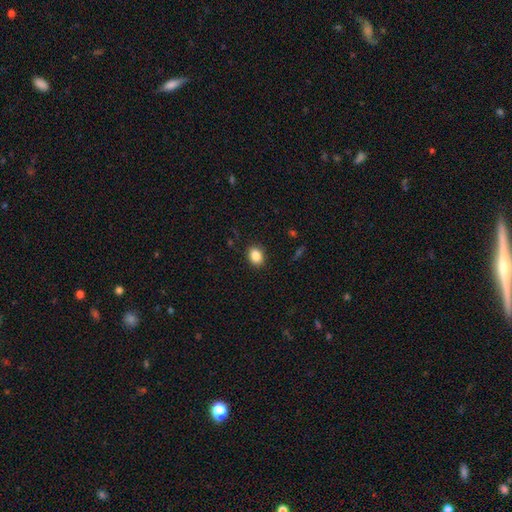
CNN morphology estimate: smooth_or_featured: smooth (p=0.86) [alt: star or artifact p=0.09]
how_rounded: in between (p=0.63) [alt: round p=0.35]
merging: none (p=0.89) [alt: minor disturbance p=0.08]